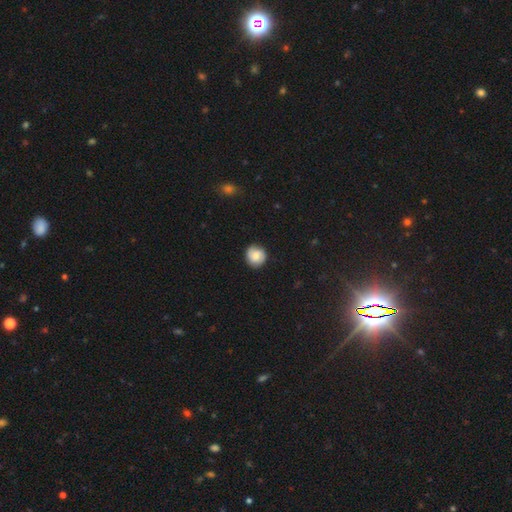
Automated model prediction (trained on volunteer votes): smooth-or-featured: smooth: 69% | featured or disk: 23% | star or artifact: 8%
  how-rounded: round: 87% | in between: 12% | cigar-shaped: 1%
  merging: none: 83% | minor disturbance: 13% | major disturbance: 3% | merger: 1%